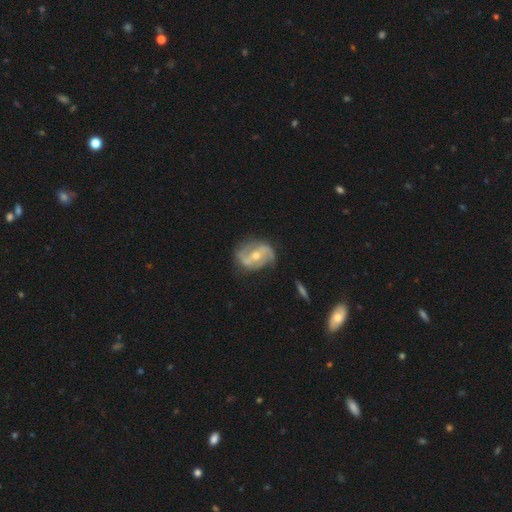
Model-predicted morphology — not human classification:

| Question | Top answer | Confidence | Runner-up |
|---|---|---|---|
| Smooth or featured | featured or disk | 83% | smooth (12%) |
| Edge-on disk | no | 97% | yes (3%) |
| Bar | weak | 42% | no (32%) |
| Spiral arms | yes | 91% | no (9%) |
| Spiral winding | medium | 42% | loose (40%) |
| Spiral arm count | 2 | 80% | can't tell (8%) |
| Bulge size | moderate | 65% | small (31%) |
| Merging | none | 68% | minor disturbance (22%) |